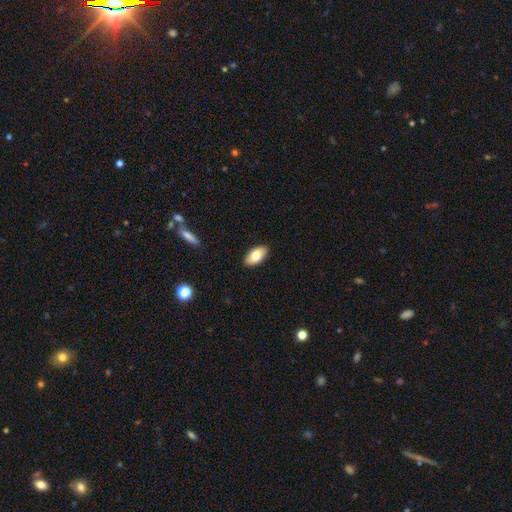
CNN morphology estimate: Smooth or featured? smooth (77%)
How rounded? in between (94%)
Merging? none (89%)